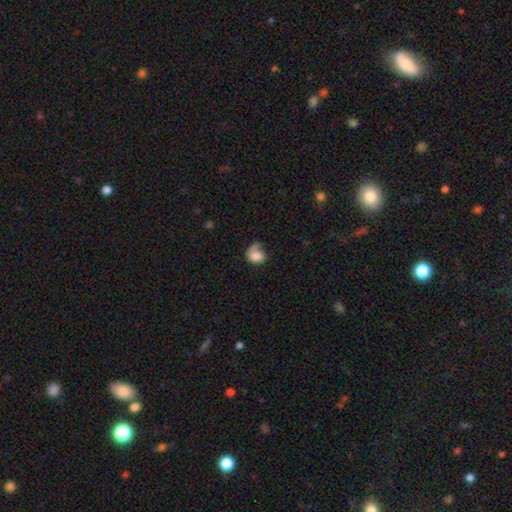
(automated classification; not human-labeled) smooth-or-featured: smooth: 63% | featured or disk: 28% | star or artifact: 9%
  how-rounded: round: 55% | in between: 44% | cigar-shaped: 1%
  merging: none: 37% | major disturbance: 32% | minor disturbance: 23% | merger: 8%